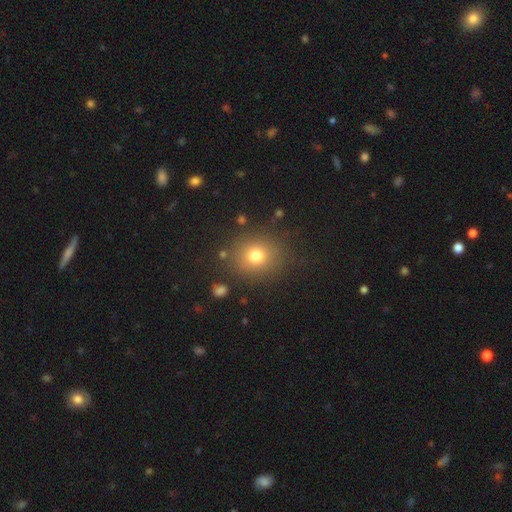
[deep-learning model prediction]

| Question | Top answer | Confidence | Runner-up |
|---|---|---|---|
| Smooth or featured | smooth | 75% | star or artifact (15%) |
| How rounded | round | 83% | in between (16%) |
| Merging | none | 85% | minor disturbance (9%) |